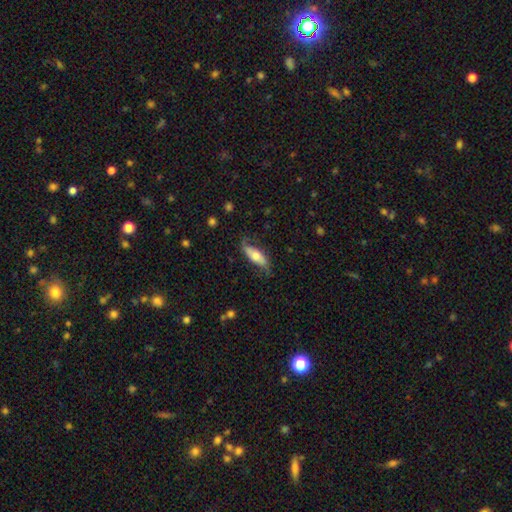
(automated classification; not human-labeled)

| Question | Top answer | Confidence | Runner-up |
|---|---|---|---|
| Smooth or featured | smooth | 48% | featured or disk (46%) |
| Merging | none | 65% | minor disturbance (25%) |